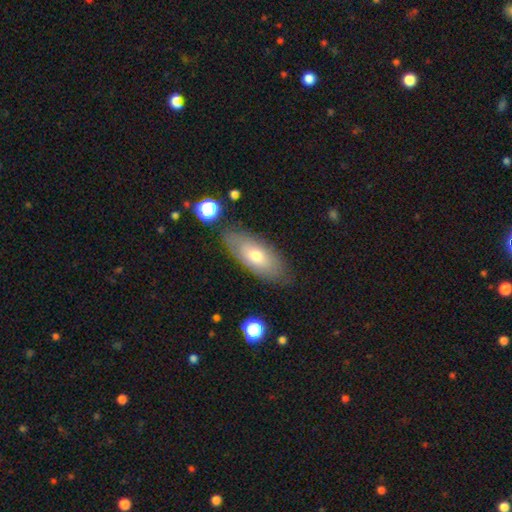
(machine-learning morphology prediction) This is likely a smooth galaxy (61%). How rounded: clearly in between (85%). Merging: likely none (78%).